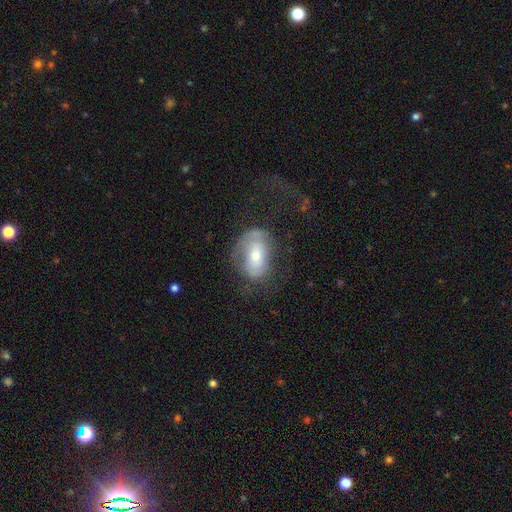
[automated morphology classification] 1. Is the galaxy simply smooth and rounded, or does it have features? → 49% smooth, 42% featured or disk, 8% star or artifact.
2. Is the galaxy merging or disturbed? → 46% none, 28% major disturbance, 23% minor disturbance, 2% merger.